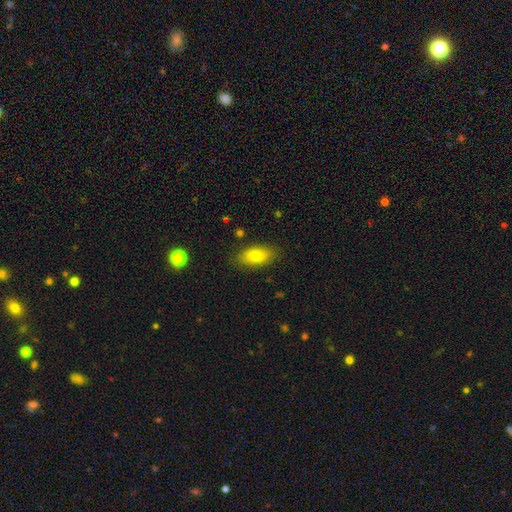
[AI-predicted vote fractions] smooth-or-featured: smooth: 77% | featured or disk: 15% | star or artifact: 8%
  how-rounded: in between: 89% | cigar-shaped: 6% | round: 5%
  merging: none: 83% | minor disturbance: 12% | major disturbance: 3% | merger: 1%